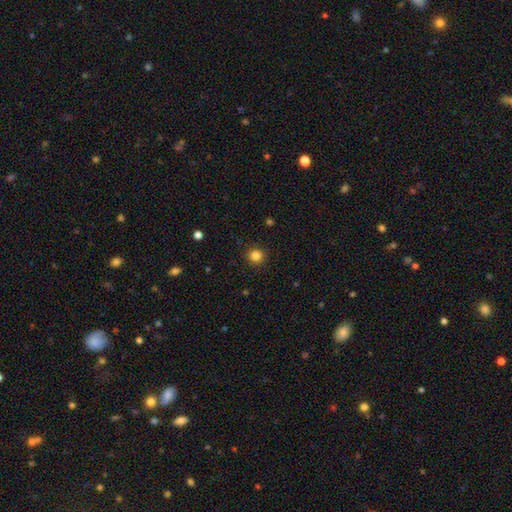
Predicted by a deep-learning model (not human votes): Smooth or featured: smooth — 84% (star or artifact — 12%)
How rounded: round — 93% (in between — 6%)
Merging: none — 91% (minor disturbance — 6%)